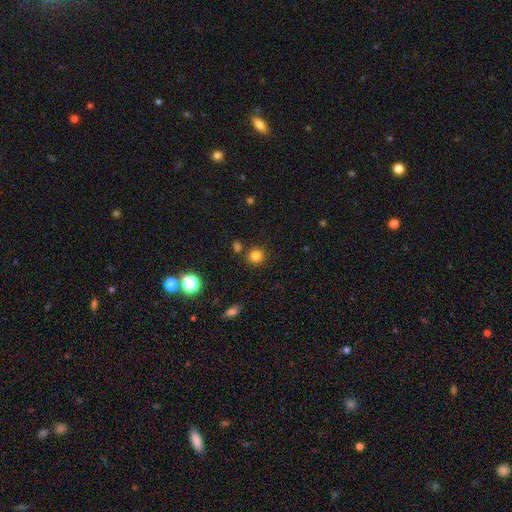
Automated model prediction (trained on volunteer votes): The model was most divided on "smooth or featured": smooth: 82%, star or artifact: 13%, featured or disk: 5%. More confident: how rounded — round (89%); merging — none (82%).